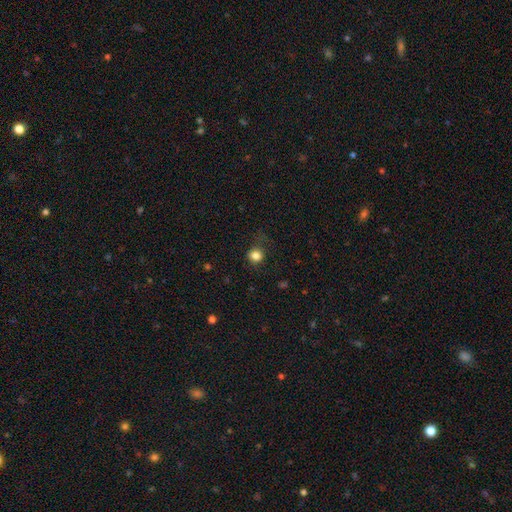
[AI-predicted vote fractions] Smooth or featured?
  - smooth: 83% *
  - star or artifact: 12%
  - featured or disk: 5%
How rounded?
  - round: 86% *
  - in between: 13%
  - cigar-shaped: 1%
Merging?
  - none: 74% *
  - minor disturbance: 16%
  - major disturbance: 8%
  - merger: 1%